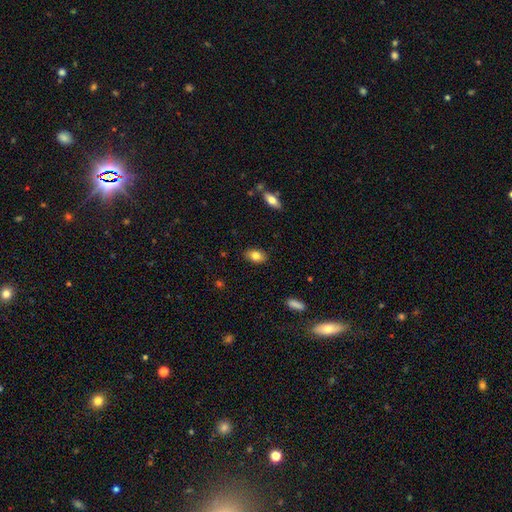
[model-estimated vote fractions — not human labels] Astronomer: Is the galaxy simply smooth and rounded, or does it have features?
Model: smooth — 80%.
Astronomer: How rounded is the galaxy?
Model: in between — 86%.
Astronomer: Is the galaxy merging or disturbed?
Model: none — 87%.